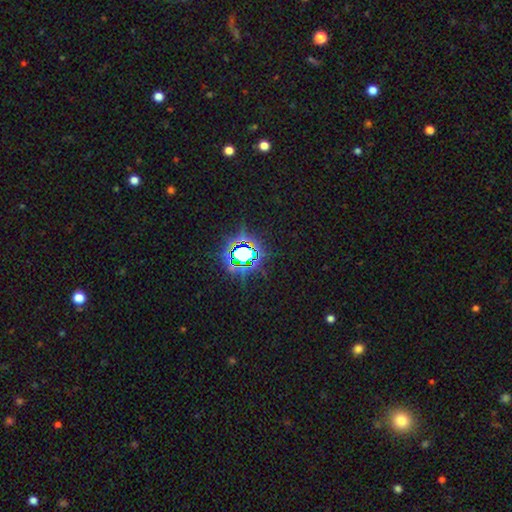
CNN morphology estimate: Smooth or featured?
  - star or artifact: 79% *
  - smooth: 13%
  - featured or disk: 8%